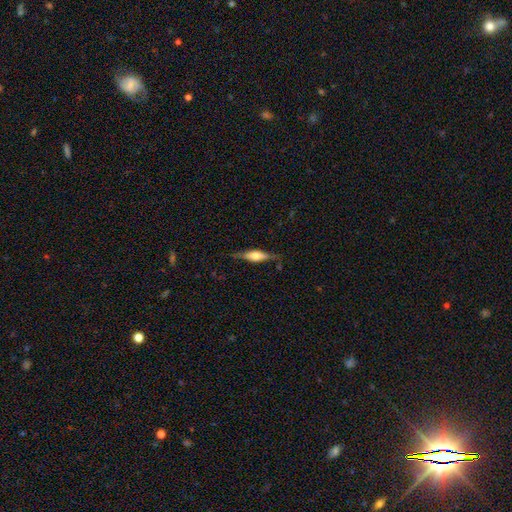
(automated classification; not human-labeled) smooth-or-featured: featured or disk: 55% | smooth: 39% | star or artifact: 6%
  disk-edge-on: yes: 91% | no: 9%
  merging: none: 75% | minor disturbance: 18% | major disturbance: 5% | merger: 2%